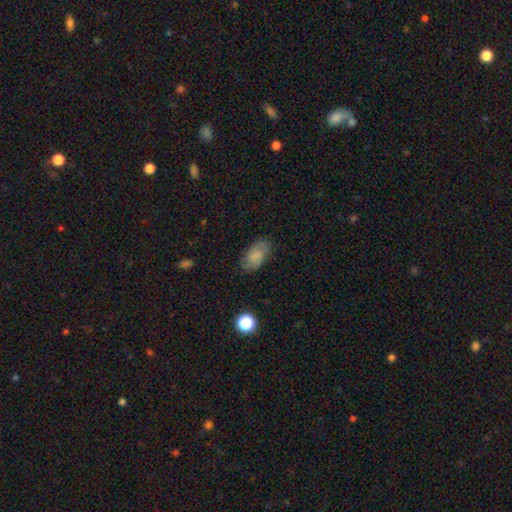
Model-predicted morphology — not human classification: This appears to be a smooth galaxy with no disk features (65%) that is in between round and cigar-shaped (92%). Merging: none (75%).